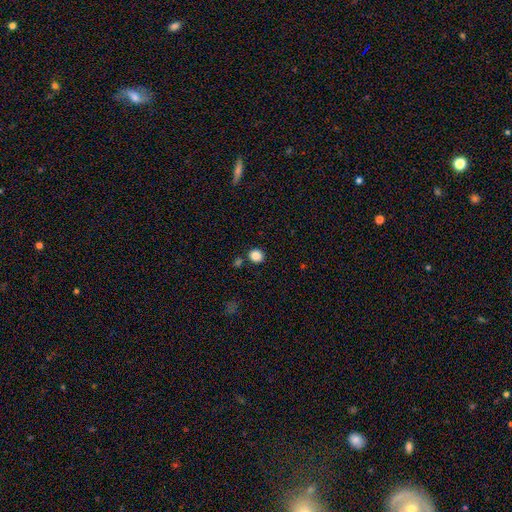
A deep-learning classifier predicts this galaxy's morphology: A smooth galaxy with no disk features (86%) that is round (86%).

Vote fractions:
- Smooth or featured? smooth: 86% / star or artifact: 11% / featured or disk: 3%
- How rounded? round: 86% / in between: 13% / cigar-shaped: 1%
- Merging? none: 84% / minor disturbance: 7% / merger: 7% / major disturbance: 3%